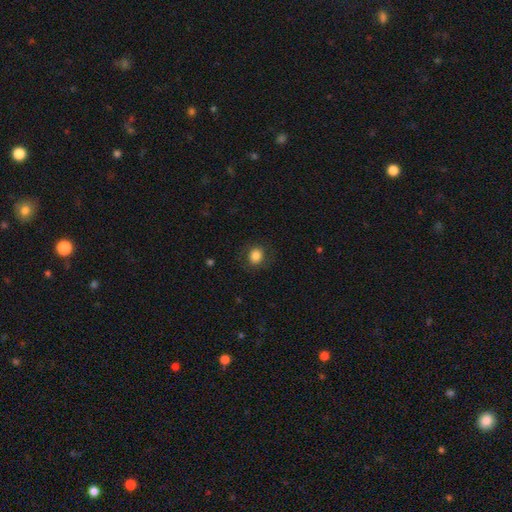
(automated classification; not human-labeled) Smooth or featured?
  - smooth: 82% *
  - star or artifact: 10%
  - featured or disk: 8%
How rounded?
  - round: 68% *
  - in between: 31%
  - cigar-shaped: 1%
Merging?
  - none: 82% *
  - minor disturbance: 12%
  - major disturbance: 5%
  - merger: 1%